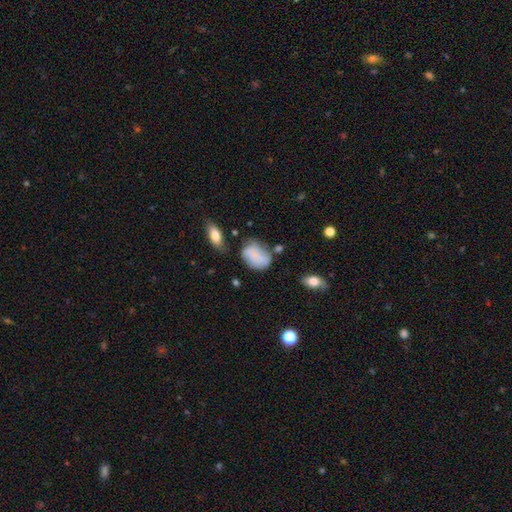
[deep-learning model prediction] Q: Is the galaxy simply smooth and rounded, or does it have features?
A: smooth — 76%.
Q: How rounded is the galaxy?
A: in between — 75%.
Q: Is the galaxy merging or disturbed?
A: none — 41%.